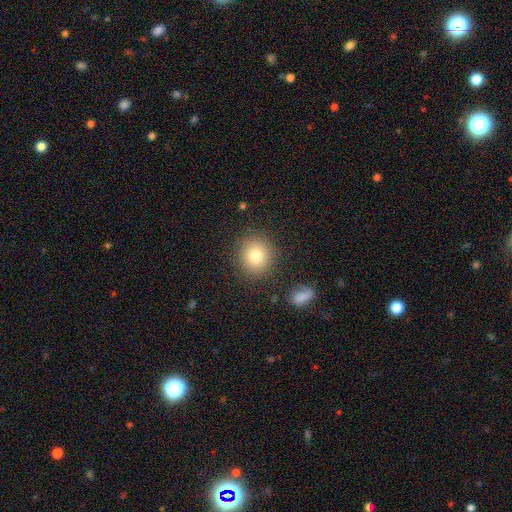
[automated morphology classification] A smooth galaxy with no disk features (80%) that is round (89%). Merging: none (87%).